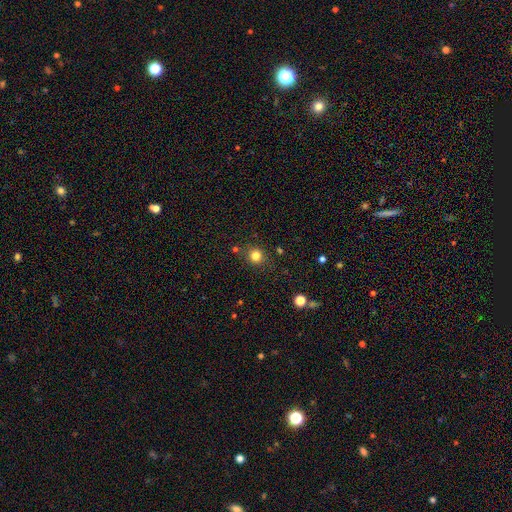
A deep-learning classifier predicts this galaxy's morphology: type=smooth (81%); roundness=round (89%); merging=none (83%).